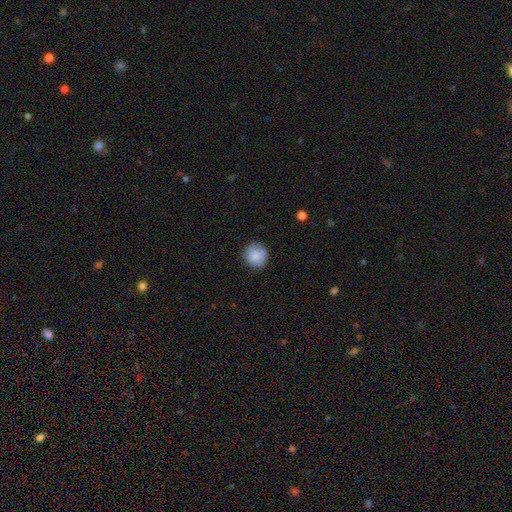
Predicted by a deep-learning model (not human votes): smooth-or-featured: smooth: 85% | featured or disk: 8% | star or artifact: 8%
  how-rounded: round: 88% | in between: 11% | cigar-shaped: 1%
  merging: none: 81% | minor disturbance: 15% | major disturbance: 3% | merger: 1%